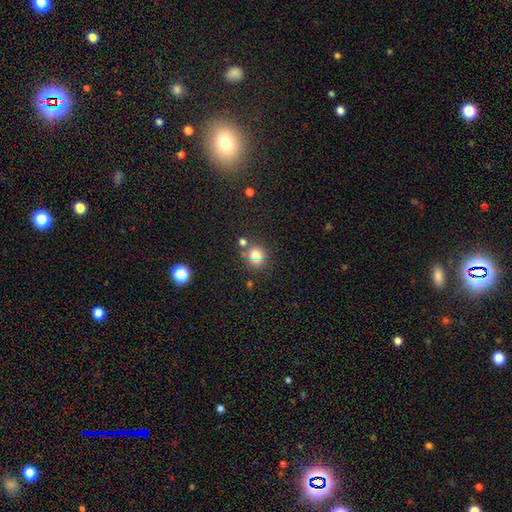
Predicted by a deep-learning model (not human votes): A smooth galaxy with no disk features (76%) that is round (85%).

Vote fractions:
- Smooth or featured? smooth: 76% / star or artifact: 15% / featured or disk: 9%
- How rounded? round: 85% / in between: 14% / cigar-shaped: 1%
- Merging? none: 67% / merger: 16% / minor disturbance: 12% / major disturbance: 4%